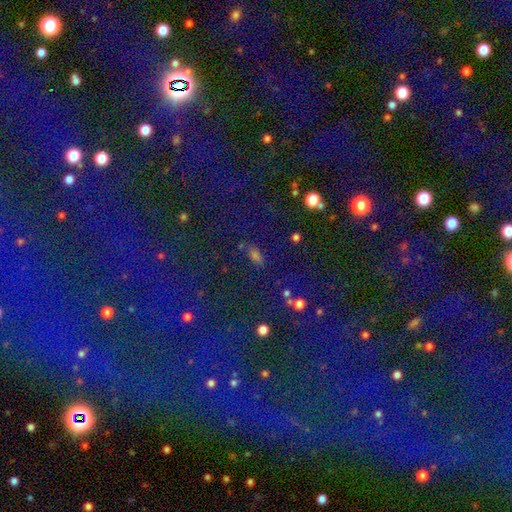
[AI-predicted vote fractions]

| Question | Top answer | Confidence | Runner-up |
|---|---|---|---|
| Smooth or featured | star or artifact | 71% | smooth (19%) |